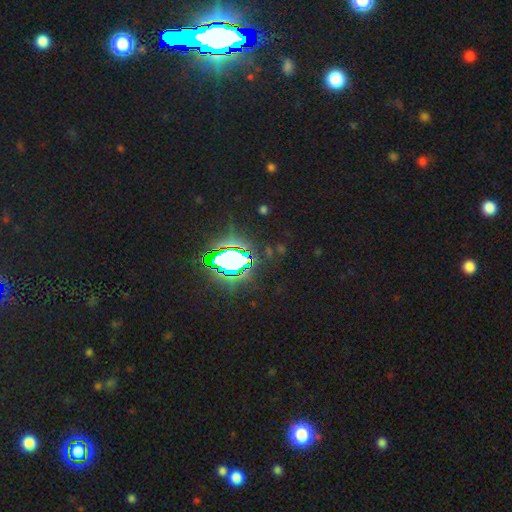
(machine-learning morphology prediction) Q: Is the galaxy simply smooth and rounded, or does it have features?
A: star or artifact — 83%.